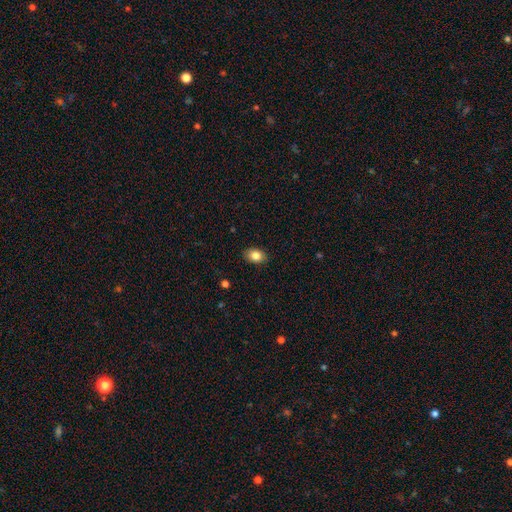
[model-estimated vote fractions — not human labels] This appears to be a smooth galaxy with no disk features (85%) that is in between round and cigar-shaped (81%). Merging: none (88%).